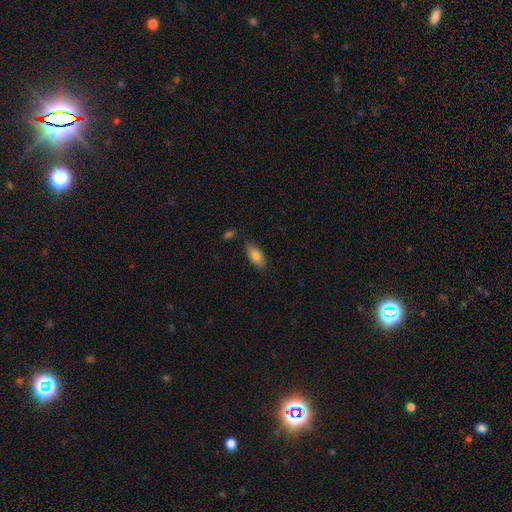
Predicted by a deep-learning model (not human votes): This appears to be a smooth galaxy with no disk features (79%) that is in between round and cigar-shaped (86%). Merging: none (81%).